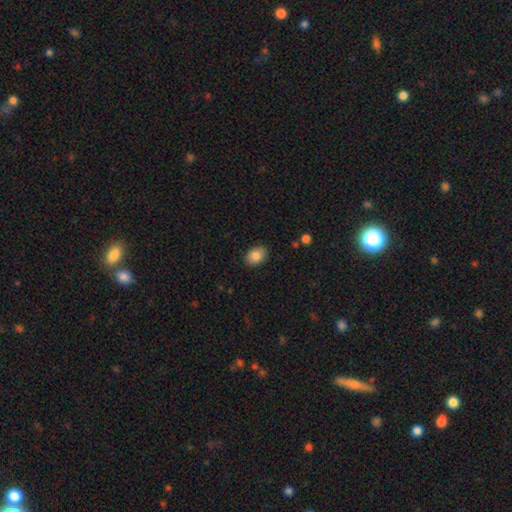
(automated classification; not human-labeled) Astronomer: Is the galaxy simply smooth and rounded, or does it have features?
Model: smooth — 86%.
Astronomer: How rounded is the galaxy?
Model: in between — 76%.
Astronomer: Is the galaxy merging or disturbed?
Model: none — 87%.